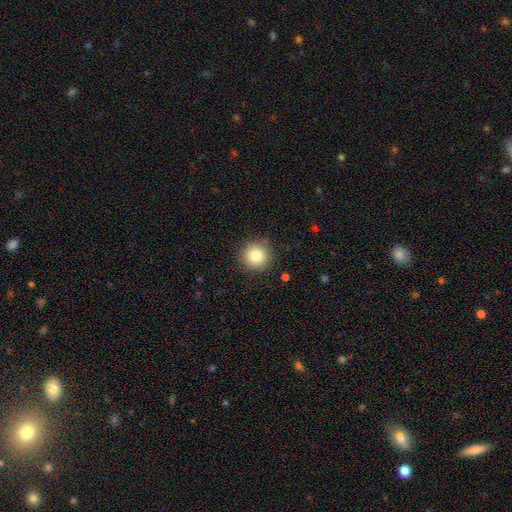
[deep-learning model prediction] A smooth galaxy with no disk features (82%) that is round (94%). Merging: none (88%).